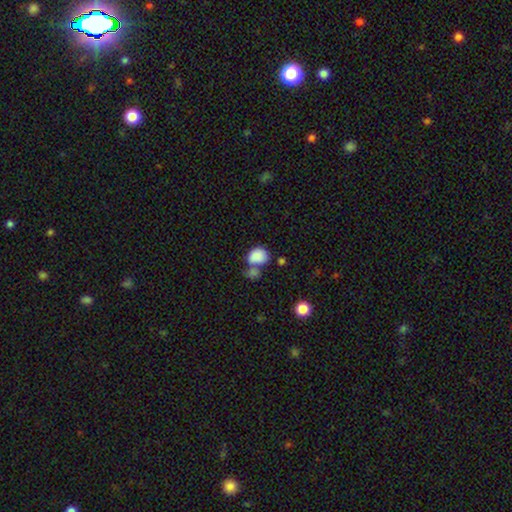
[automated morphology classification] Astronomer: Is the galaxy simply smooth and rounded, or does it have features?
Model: smooth — 84%.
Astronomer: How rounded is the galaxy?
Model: in between — 52% (runner-up: round, 47%).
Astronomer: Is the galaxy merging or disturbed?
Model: merger — 42% (runner-up: none, 34%).